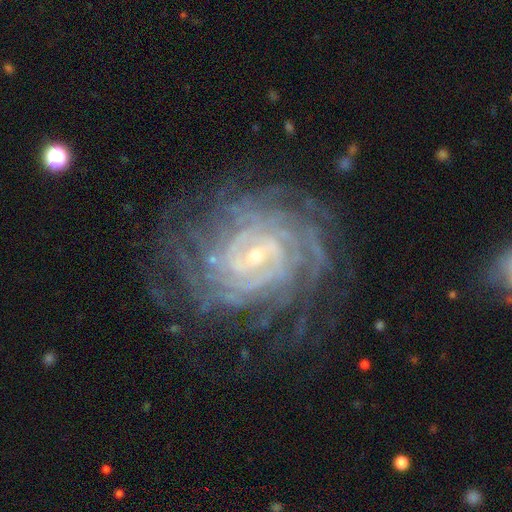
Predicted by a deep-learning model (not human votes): smooth_or_featured: featured or disk (p=0.90) [alt: star or artifact p=0.06]
disk_edge_on: no (p=0.98) [alt: yes p=0.02]
bar: weak (p=0.44) [alt: no p=0.35]
has_spiral_arms: yes (p=0.98) [alt: no p=0.02]
spiral_winding: tight (p=0.82) [alt: medium p=0.15]
spiral_arm_count: more than 4 (p=0.31) [alt: can't tell p=0.26]
bulge_size: small (p=0.77) [alt: moderate p=0.19]
merging: none (p=0.77) [alt: minor disturbance p=0.14]